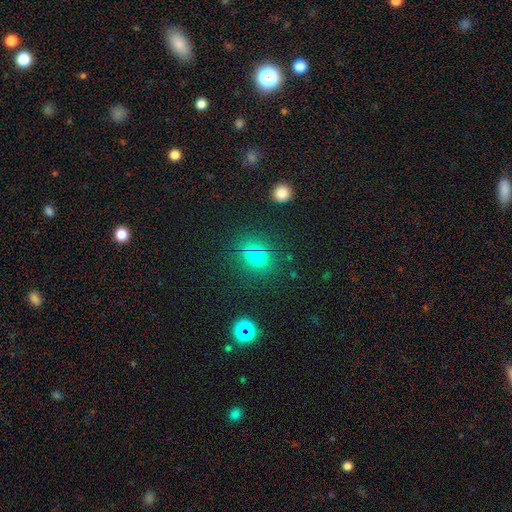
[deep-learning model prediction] Smooth or featured?
  - smooth: 70% *
  - star or artifact: 22%
  - featured or disk: 8%
How rounded?
  - round: 60% *
  - in between: 38%
  - cigar-shaped: 2%
Merging?
  - none: 83% *
  - minor disturbance: 10%
  - major disturbance: 4%
  - merger: 3%